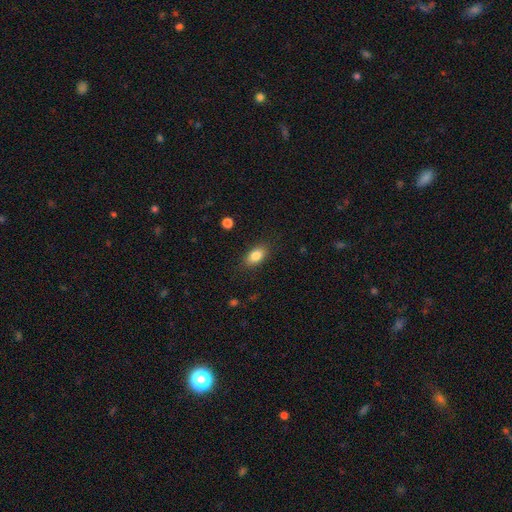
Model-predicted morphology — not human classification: smooth-or-featured: smooth: 84% | star or artifact: 8% | featured or disk: 8%
  how-rounded: in between: 89% | round: 7% | cigar-shaped: 4%
  merging: none: 85% | minor disturbance: 11% | major disturbance: 3% | merger: 1%